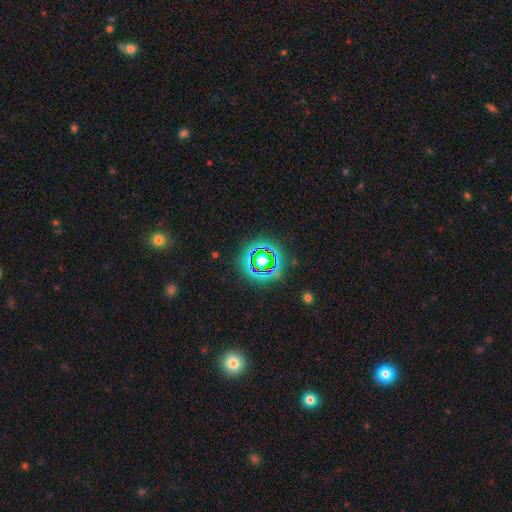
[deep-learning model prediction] This is likely a star or artifact rather than a galaxy (71%).